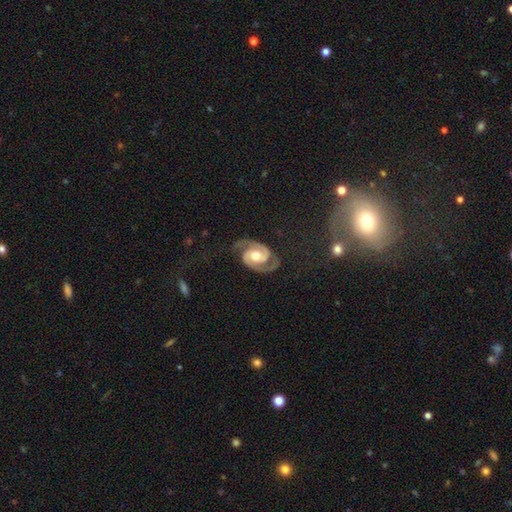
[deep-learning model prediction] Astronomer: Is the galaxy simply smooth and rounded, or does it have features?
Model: featured or disk — 90%.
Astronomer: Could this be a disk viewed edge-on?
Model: no — 98%.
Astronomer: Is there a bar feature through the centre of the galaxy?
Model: no — 52% (runner-up: weak, 34%).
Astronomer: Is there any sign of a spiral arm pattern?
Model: yes — 98%.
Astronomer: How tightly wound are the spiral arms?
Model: medium — 50% (runner-up: tight, 37%).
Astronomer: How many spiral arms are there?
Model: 2 — 94%.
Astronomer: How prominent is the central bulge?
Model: moderate — 76%.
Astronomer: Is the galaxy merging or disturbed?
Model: none — 77%.